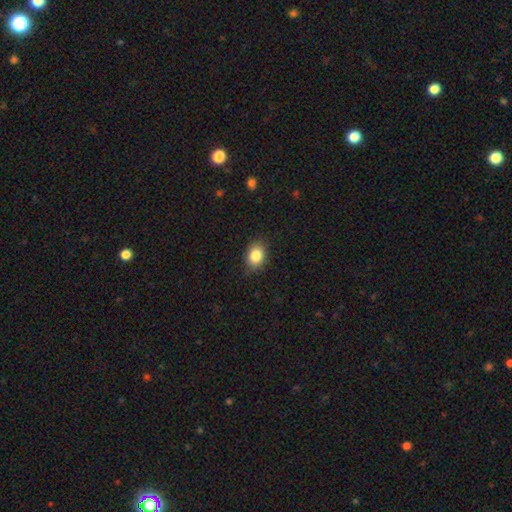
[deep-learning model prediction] This is clearly a smooth galaxy (84%). How rounded: likely in between (63%). Merging: clearly none (81%).